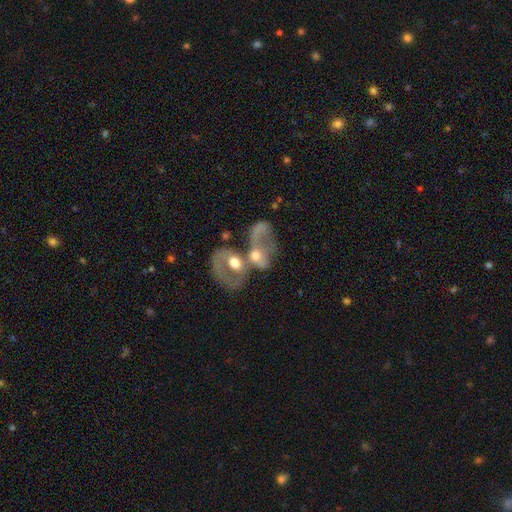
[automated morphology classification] Overall: featured or disk (53%; smooth 37%). Edge-on disk: no (94%). Bar: no (82%). Spiral arms: no (76%). Bulge size: moderate (65%). Merging: merger (67%).